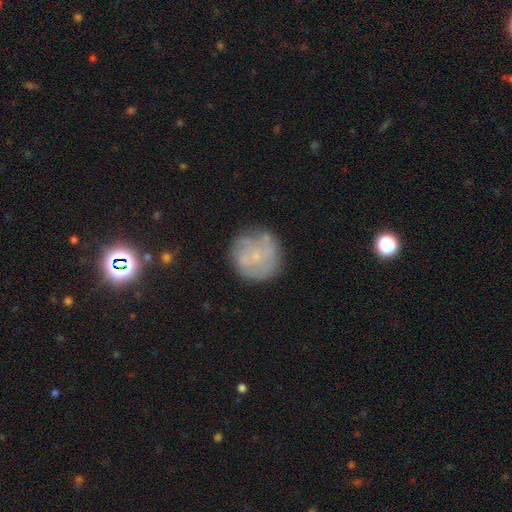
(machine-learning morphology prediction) Overall: featured or disk (53%; smooth 39%). Edge-on disk: no (98%). Bar: no (82%). Spiral arms: yes (54%; no 46%). Bulge size: small (68%). Merging: none (72%).